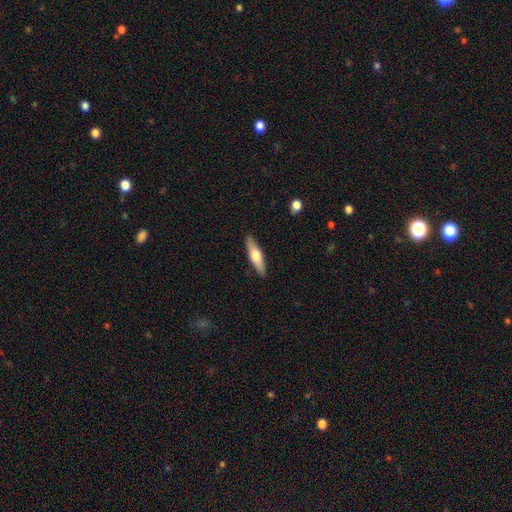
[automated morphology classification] type=smooth (57%); roundness=cigar-shaped (67%); merging=none (89%).